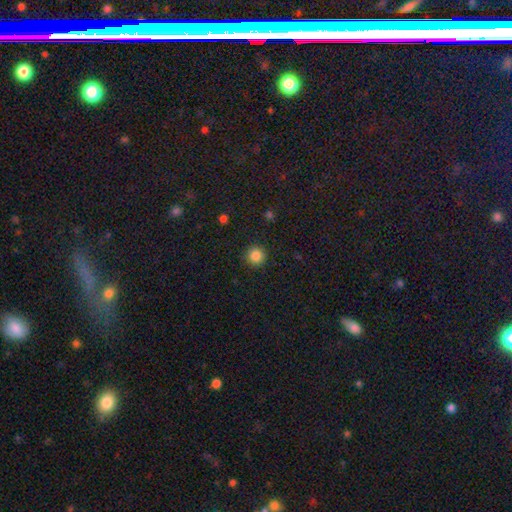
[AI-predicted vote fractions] Morphology: type=smooth (85%); roundness=round (95%); merging=none (92%).